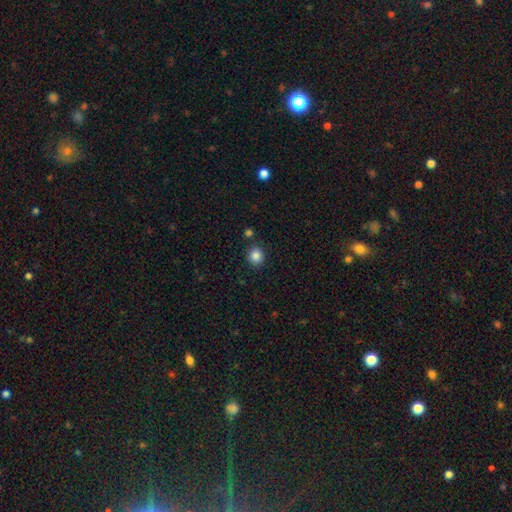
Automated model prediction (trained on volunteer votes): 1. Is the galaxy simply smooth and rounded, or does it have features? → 86% smooth, 10% star or artifact, 4% featured or disk.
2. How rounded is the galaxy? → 84% round, 15% in between, 1% cigar-shaped.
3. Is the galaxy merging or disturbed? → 85% none, 8% minor disturbance, 5% merger, 2% major disturbance.